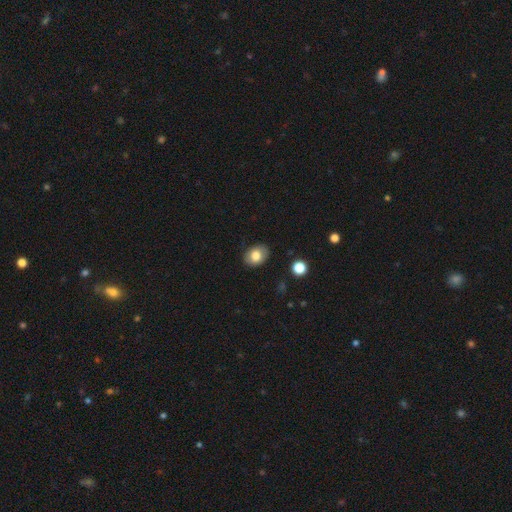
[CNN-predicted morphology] This appears to be a smooth galaxy with no disk features (79%) that is in between round and cigar-shaped (67%). Merging: none (86%).